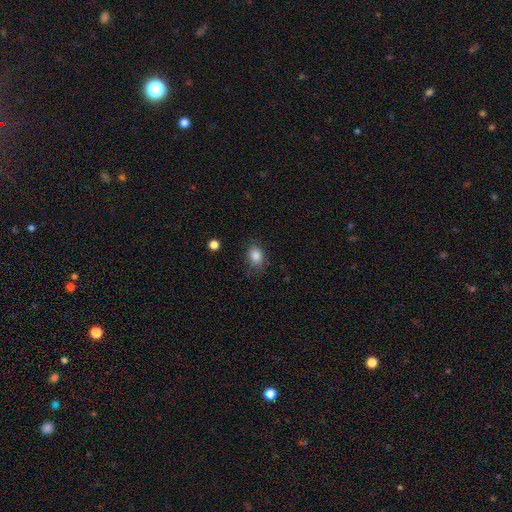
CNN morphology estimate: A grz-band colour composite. It shows a smooth galaxy with no disk features (85%) that is in between round and cigar-shaped (64%). Merging: none (77%).